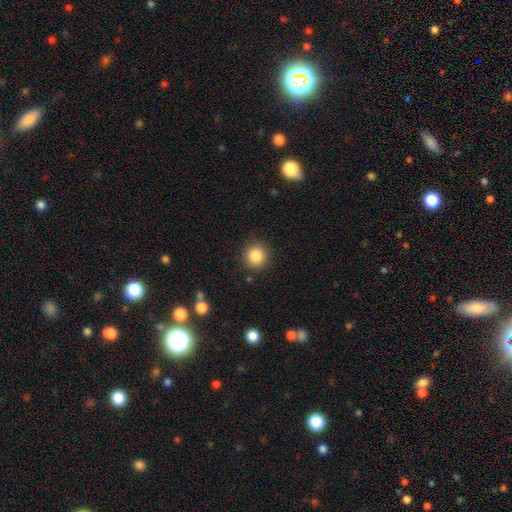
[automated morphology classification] Smooth or featured? Predicted: smooth (p=0.85). How rounded? Predicted: round (p=0.91). Merging? Predicted: none (p=0.89).